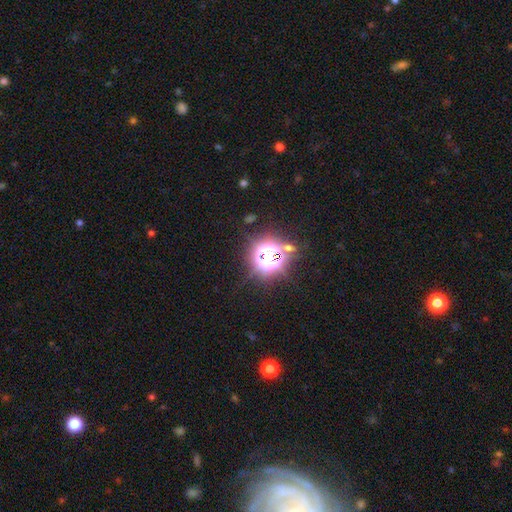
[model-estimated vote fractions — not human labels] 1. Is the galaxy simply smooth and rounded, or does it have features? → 74% star or artifact, 17% smooth, 9% featured or disk.